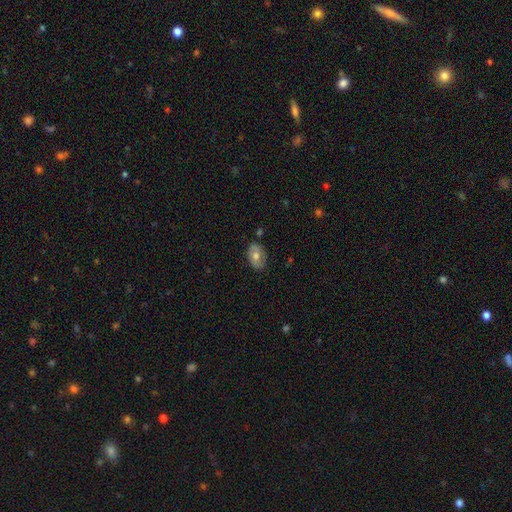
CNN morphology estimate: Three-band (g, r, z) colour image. It shows a smooth galaxy with no disk features (64%) that is in between round and cigar-shaped (87%). Merging: none (79%).